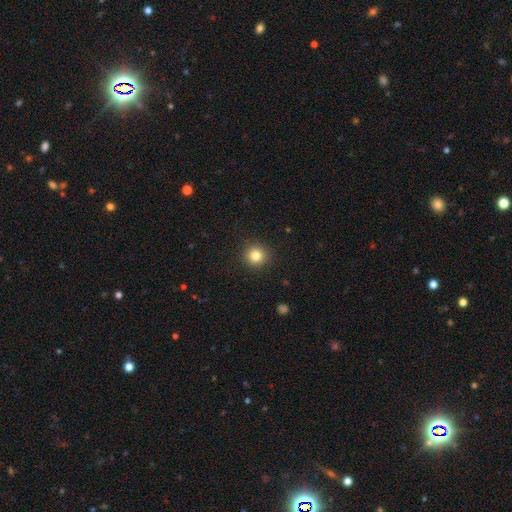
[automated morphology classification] Smooth or featured: smooth — 83% (star or artifact — 11%)
How rounded: round — 94% (in between — 5%)
Merging: none — 92% (minor disturbance — 5%)